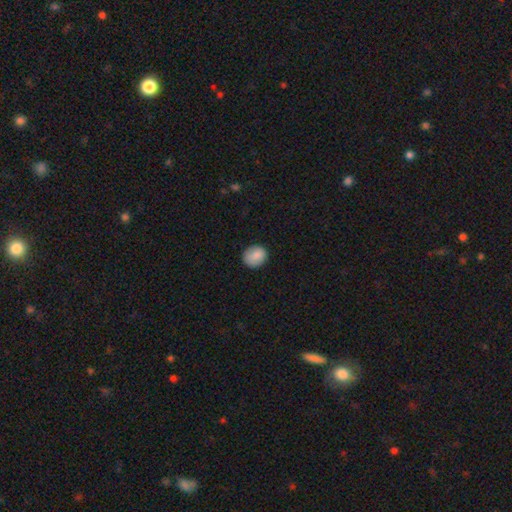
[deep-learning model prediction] Smooth or featured?
  - smooth: 86% *
  - star or artifact: 8%
  - featured or disk: 6%
How rounded?
  - round: 70% *
  - in between: 29%
  - cigar-shaped: 1%
Merging?
  - none: 83% *
  - minor disturbance: 13%
  - major disturbance: 3%
  - merger: 1%